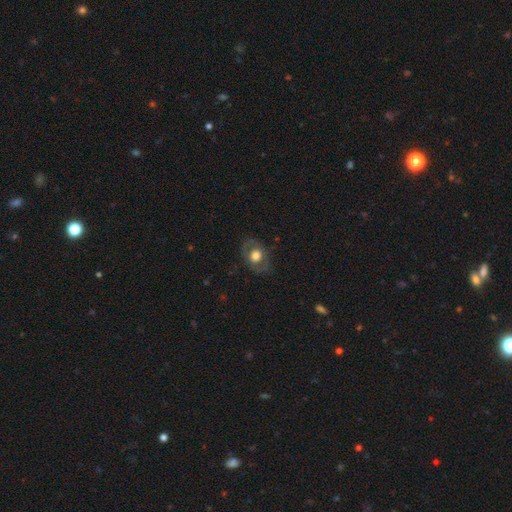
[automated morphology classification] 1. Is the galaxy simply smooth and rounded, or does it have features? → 51% smooth, 41% featured or disk, 8% star or artifact.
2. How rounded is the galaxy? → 56% in between, 43% round, 1% cigar-shaped.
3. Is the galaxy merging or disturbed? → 78% none, 14% minor disturbance, 7% major disturbance, 1% merger.